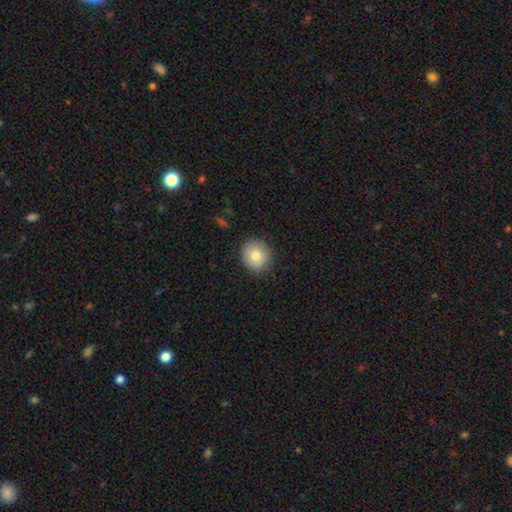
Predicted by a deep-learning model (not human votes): Smooth or featured: smooth — 78% (featured or disk — 13%)
How rounded: round — 82% (in between — 17%)
Merging: none — 87% (minor disturbance — 10%)